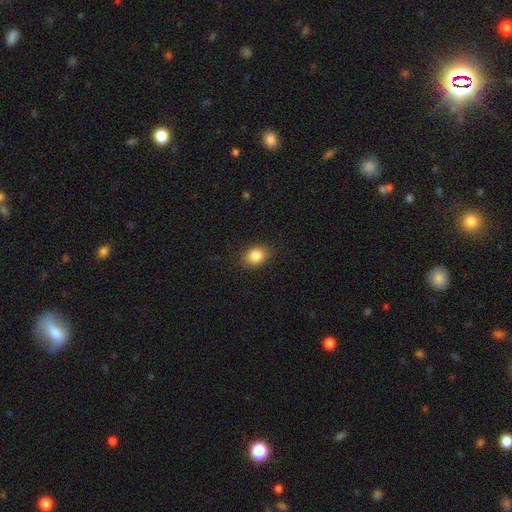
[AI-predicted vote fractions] Smooth or featured? Predicted: smooth (p=0.84). How rounded? Predicted: in between (p=0.67). Merging? Predicted: none (p=0.86).